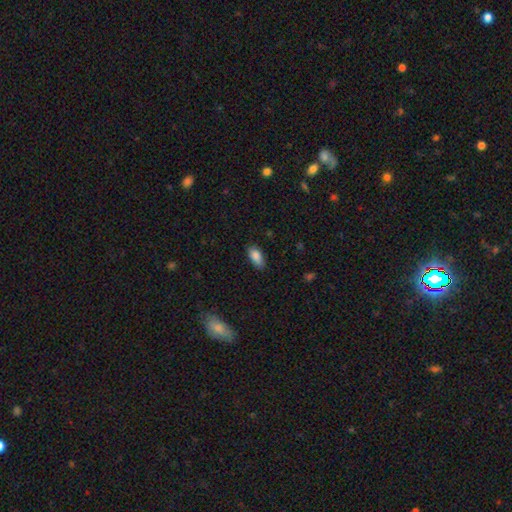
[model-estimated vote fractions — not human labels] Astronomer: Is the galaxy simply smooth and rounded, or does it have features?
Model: smooth — 86%.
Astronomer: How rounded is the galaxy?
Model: in between — 90%.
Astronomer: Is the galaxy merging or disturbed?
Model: none — 82%.